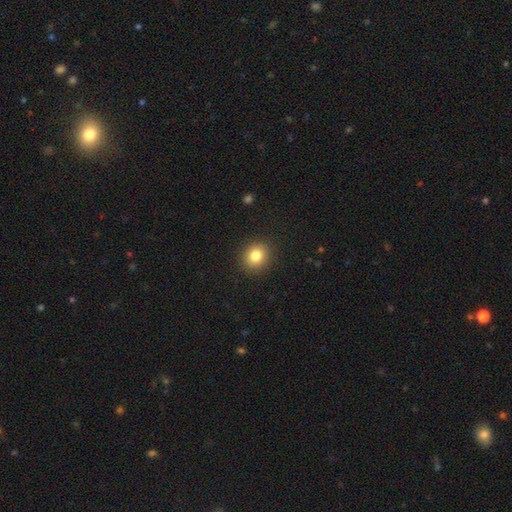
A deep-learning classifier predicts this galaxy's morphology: Smooth or featured? smooth (82%)
How rounded? round (83%)
Merging? none (91%)